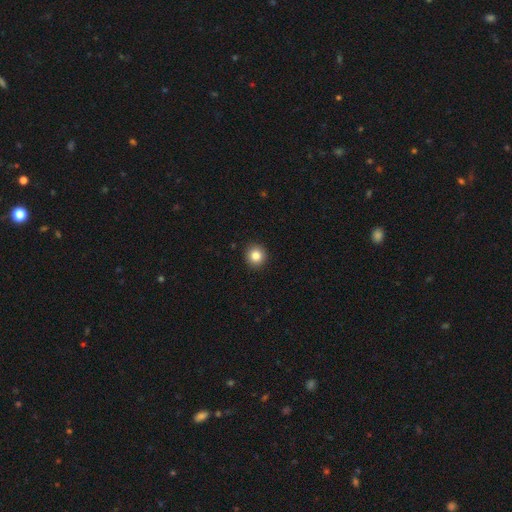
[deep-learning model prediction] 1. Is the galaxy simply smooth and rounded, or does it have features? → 84% smooth, 10% star or artifact, 5% featured or disk.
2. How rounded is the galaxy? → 94% round, 5% in between, 1% cigar-shaped.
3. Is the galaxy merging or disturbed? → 93% none, 4% minor disturbance, 2% major disturbance, 1% merger.